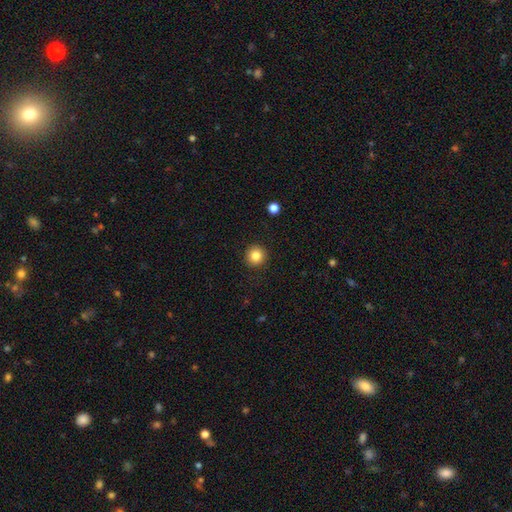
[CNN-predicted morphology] This appears to be a smooth galaxy with no disk features (83%) that is round (94%). Merging: none (91%).